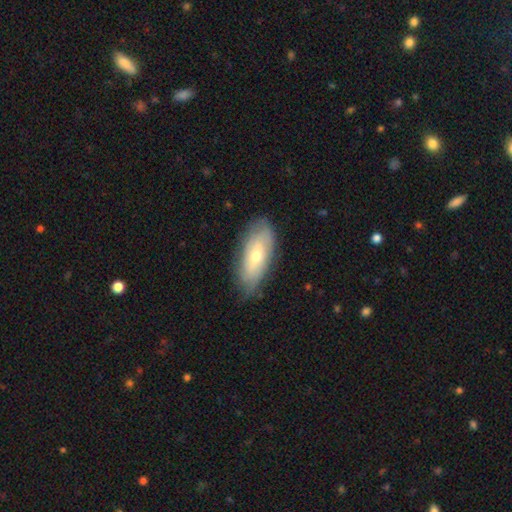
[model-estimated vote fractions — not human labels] smooth-or-featured: smooth: 51% | featured or disk: 42% | star or artifact: 6%
  how-rounded: in between: 81% | cigar-shaped: 16% | round: 3%
  merging: none: 74% | minor disturbance: 20% | major disturbance: 4% | merger: 1%